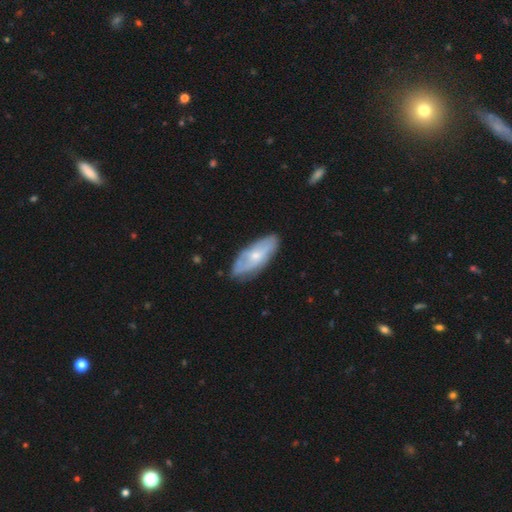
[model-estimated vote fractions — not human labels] This is possibly a featured or disk galaxy (51%). It is clearly not viewed edge-on (82%). Merging: likely none (71%).